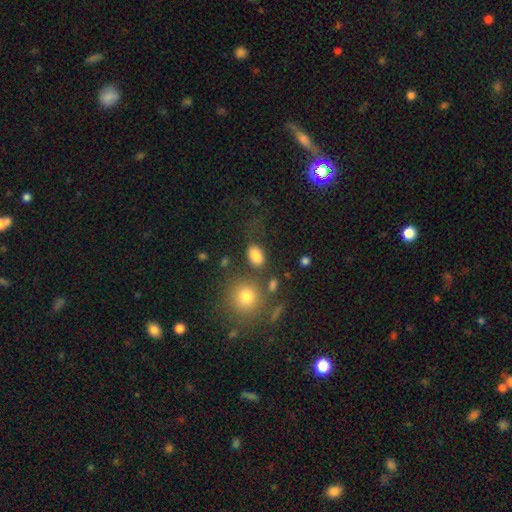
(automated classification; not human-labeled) Smooth or featured?
  - smooth: 83% *
  - star or artifact: 10%
  - featured or disk: 6%
How rounded?
  - in between: 82% *
  - round: 17%
  - cigar-shaped: 1%
Merging?
  - none: 69% *
  - minor disturbance: 15%
  - merger: 8%
  - major disturbance: 8%